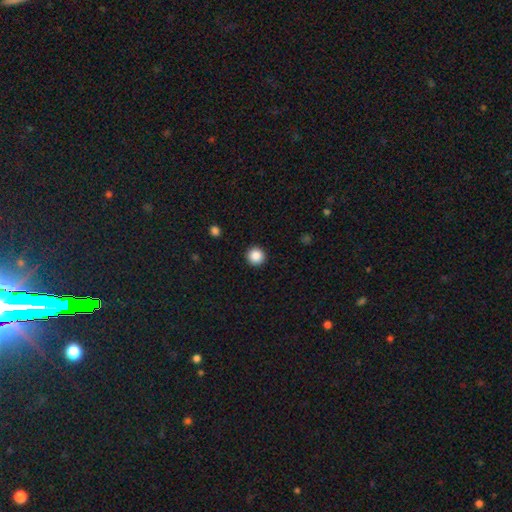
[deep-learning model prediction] Smooth or featured? Predicted: smooth (p=0.87). How rounded? Predicted: round (p=0.96). Merging? Predicted: none (p=0.93).